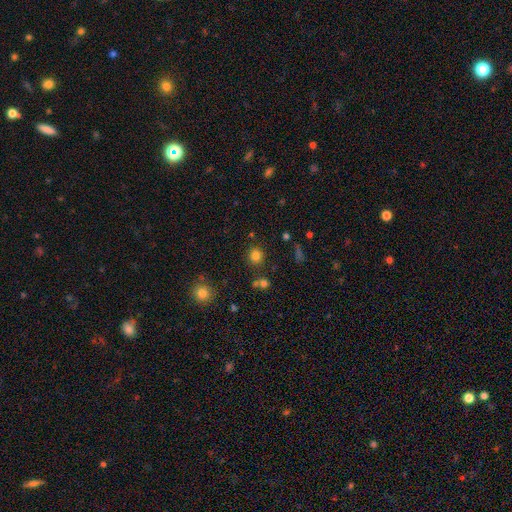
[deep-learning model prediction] Overall: smooth (79%). How rounded: round (86%). Merging: none (83%).